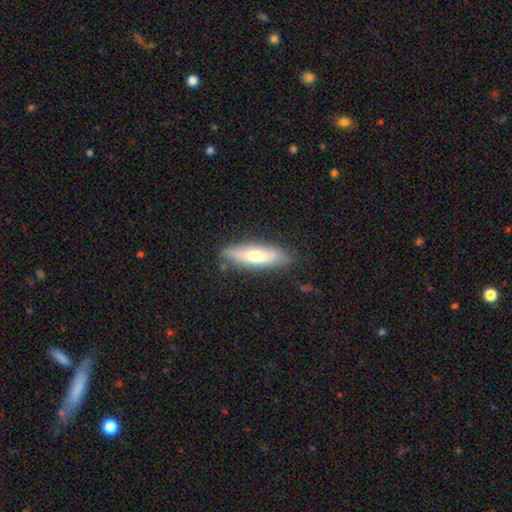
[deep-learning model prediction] This is possibly a smooth galaxy (57%). How rounded: possibly cigar-shaped (57%). Merging: likely none (79%).